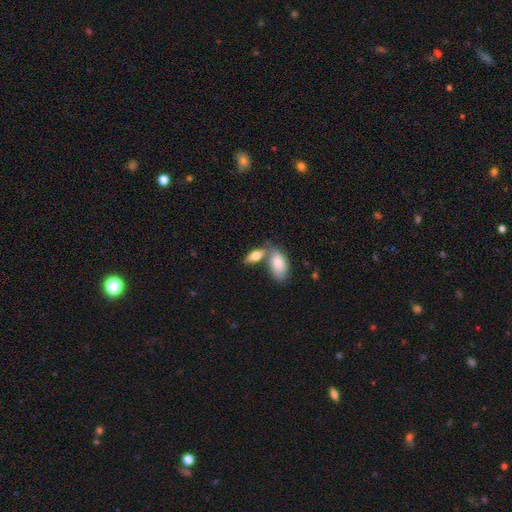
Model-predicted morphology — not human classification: This is likely a smooth galaxy (72%). How rounded: clearly in between (81%). Merging: possibly merger (47%).